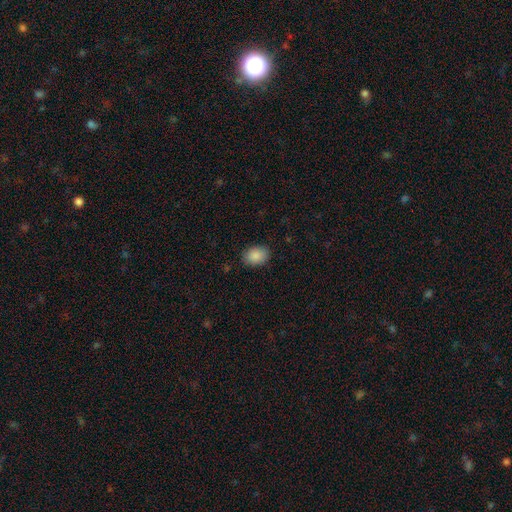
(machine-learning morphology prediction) smooth 89%, star or artifact 7%, featured or disk 3%. Down the decision tree: how rounded — in between (74%); merging — none (87%).